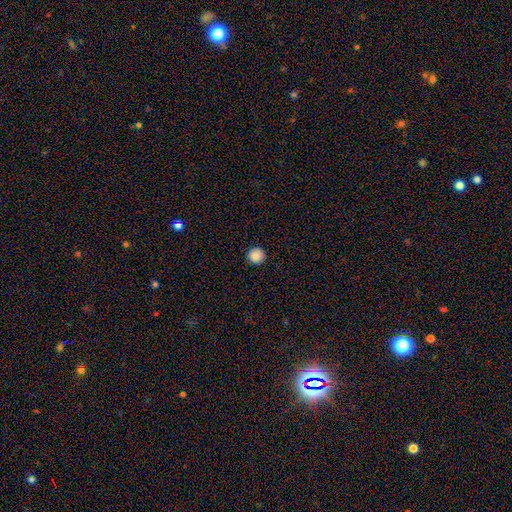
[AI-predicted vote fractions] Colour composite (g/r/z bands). It shows a smooth galaxy with no disk features (87%) that is round (96%). Merging: none (93%).